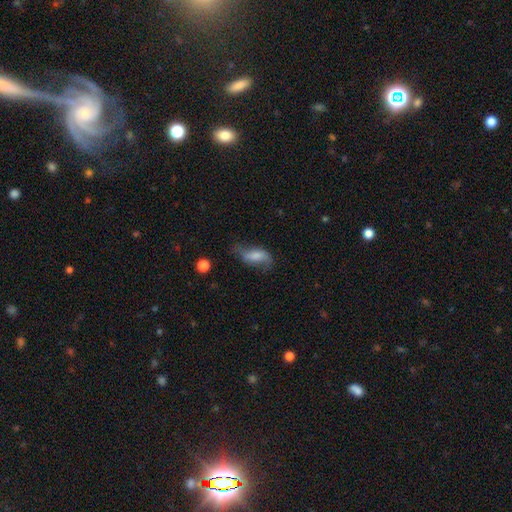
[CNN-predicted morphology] smooth-or-featured: smooth: 57% | featured or disk: 34% | star or artifact: 9%
  how-rounded: in between: 83% | cigar-shaped: 13% | round: 4%
  merging: none: 42% | minor disturbance: 31% | major disturbance: 23% | merger: 3%